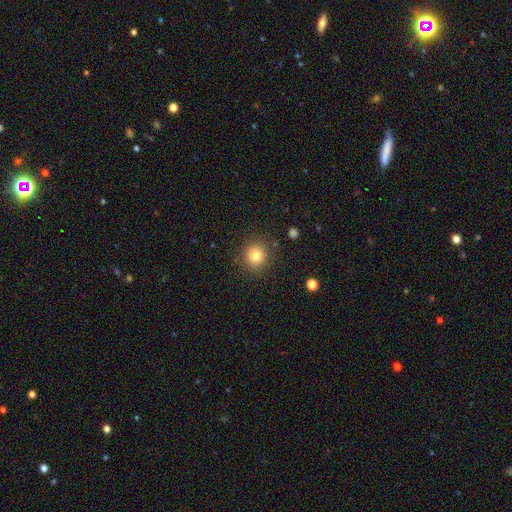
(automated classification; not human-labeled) This appears to be a smooth galaxy with no disk features (80%) that is round (90%). Merging: none (88%).